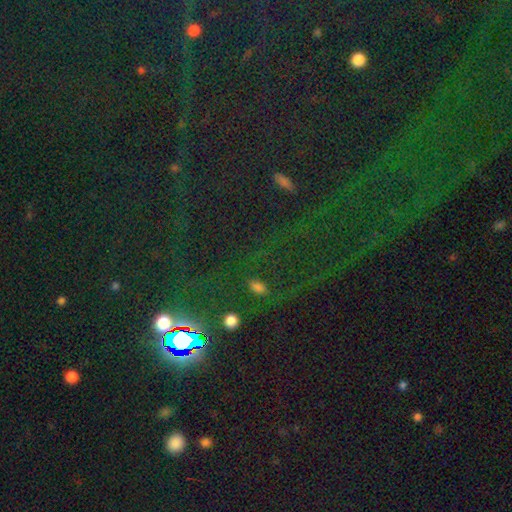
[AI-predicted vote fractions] A star or artifact, not a galaxy (82%).